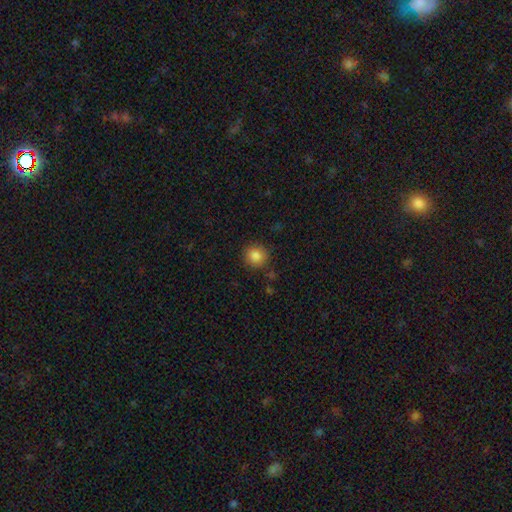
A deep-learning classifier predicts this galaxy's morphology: smooth-or-featured: smooth: 85% | star or artifact: 10% | featured or disk: 5%
  how-rounded: round: 89% | in between: 10% | cigar-shaped: 1%
  merging: none: 86% | minor disturbance: 9% | major disturbance: 3% | merger: 2%